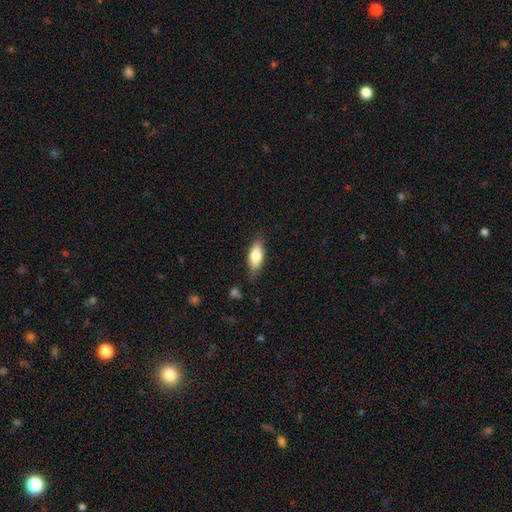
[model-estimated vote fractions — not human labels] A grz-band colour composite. It shows a smooth galaxy with no disk features (74%) that is in between round and cigar-shaped (75%). Merging: none (79%).